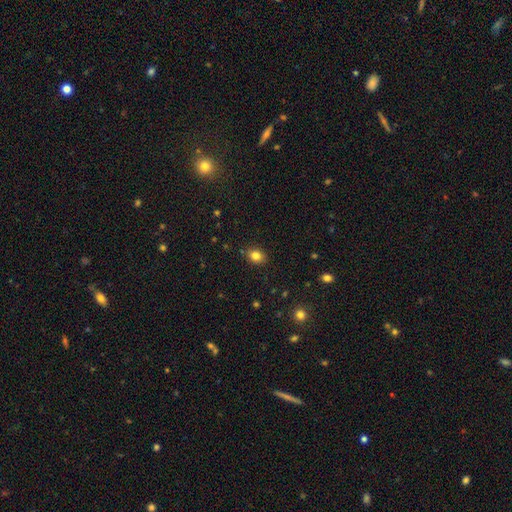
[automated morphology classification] Smooth or featured? Predicted: smooth (p=0.82). How rounded? Predicted: round (p=0.50). Merging? Predicted: none (p=0.87).